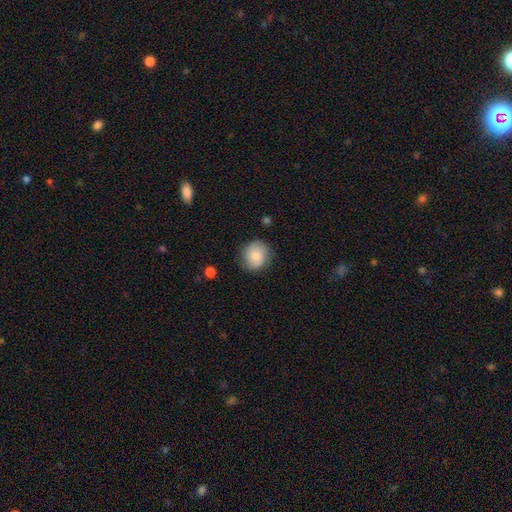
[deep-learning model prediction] smooth 77%, featured or disk 16%, star or artifact 7%. Down the decision tree: how rounded — round (85%); merging — none (81%).